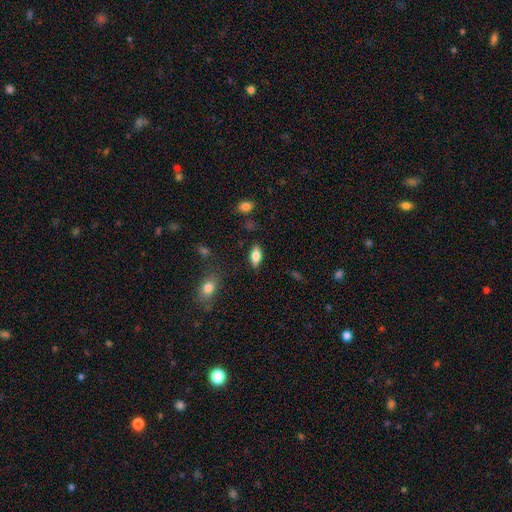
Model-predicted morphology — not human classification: Overall: smooth (76%). How rounded: in between (87%). Merging: none (84%).